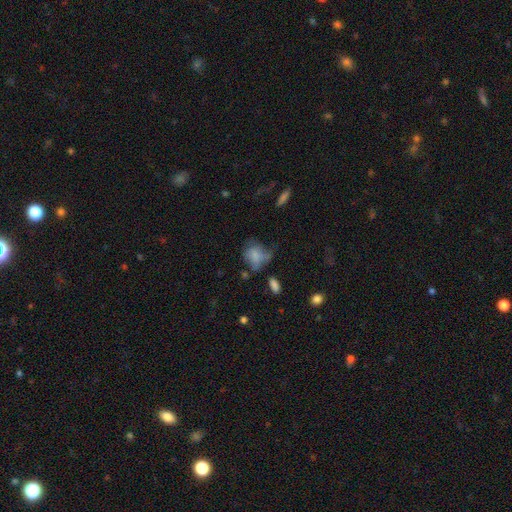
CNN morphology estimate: Smooth or featured: smooth — 68% (featured or disk — 20%)
How rounded: in between — 60% (round — 38%)
Merging: none — 32% (minor disturbance — 30%)